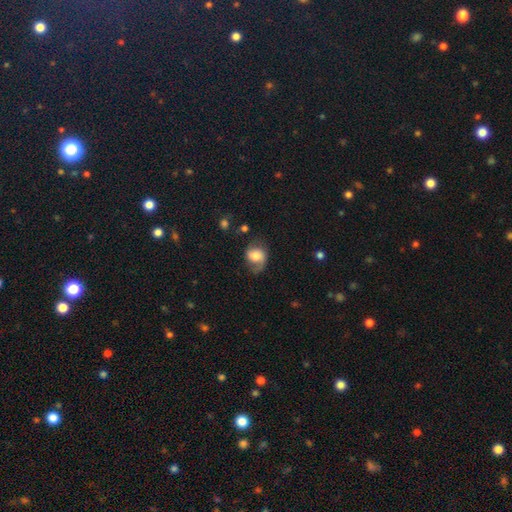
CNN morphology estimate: This is possibly a smooth galaxy (56%). How rounded: possibly in between (52%). Merging: possibly none (46%).